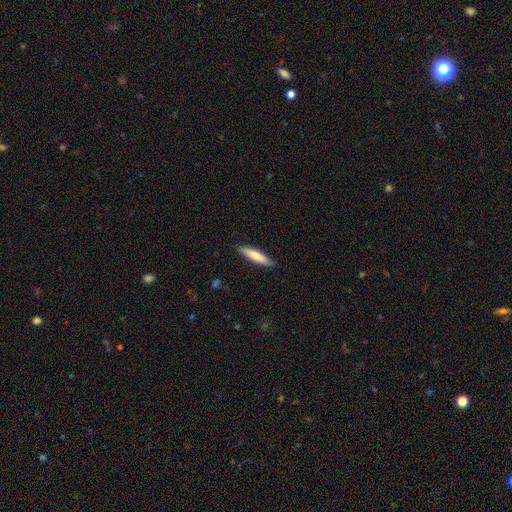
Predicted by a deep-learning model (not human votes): Smooth or featured: smooth — 69% (featured or disk — 26%)
How rounded: cigar-shaped — 86% (in between — 13%)
Merging: none — 89% (minor disturbance — 8%)